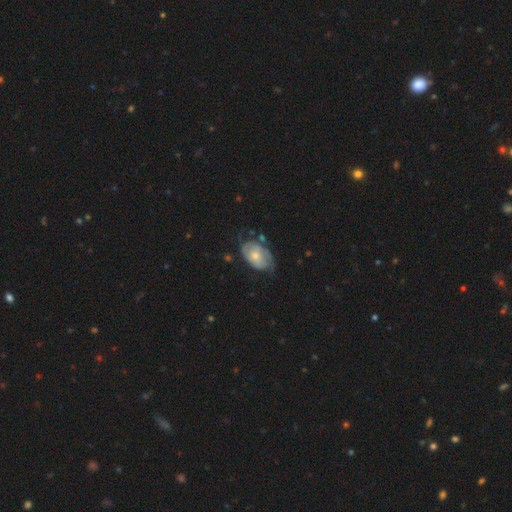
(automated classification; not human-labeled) Smooth or featured?
  - featured or disk: 54% *
  - smooth: 40%
  - star or artifact: 6%
Edge-on disk?
  - no: 95% *
  - yes: 5%
Bar?
  - no: 81% *
  - weak: 16%
  - strong: 3%
Spiral arms?
  - yes: 65% *
  - no: 35%
Bulge size?
  - small: 48% *
  - moderate: 46%
  - large: 3%
  - none: 2%
  - dominant: 1%
Merging?
  - none: 47% *
  - minor disturbance: 32%
  - major disturbance: 17%
  - merger: 4%